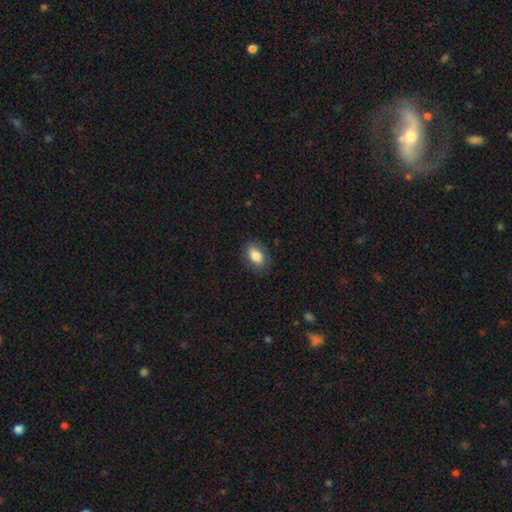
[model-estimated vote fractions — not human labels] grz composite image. It shows a smooth galaxy with no disk features (84%) that is in between round and cigar-shaped (86%). Merging: none (82%).